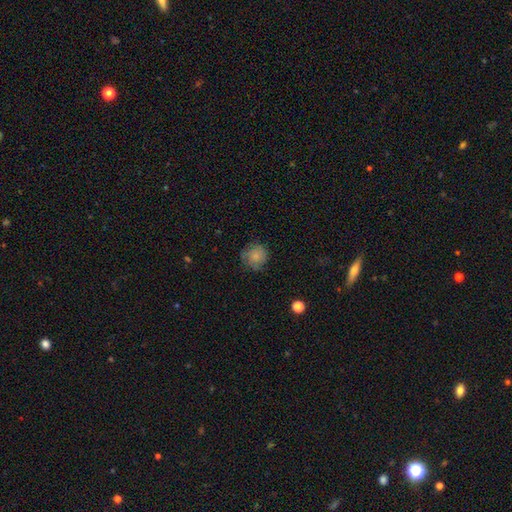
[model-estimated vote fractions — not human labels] Smooth or featured? Predicted: smooth (p=0.75). How rounded? Predicted: round (p=0.89). Merging? Predicted: none (p=0.70).